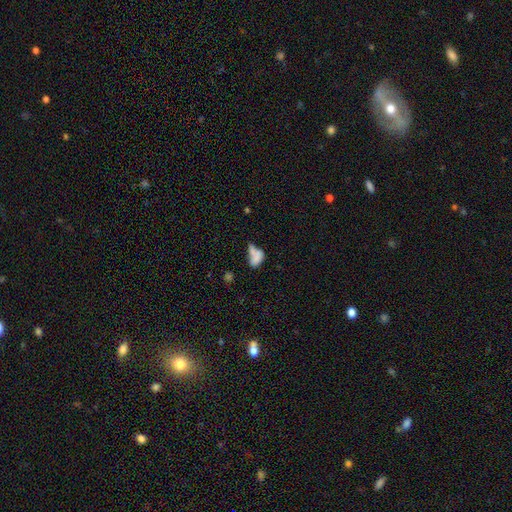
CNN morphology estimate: type=smooth (69%); roundness=in between (85%); merging=merger (47%).